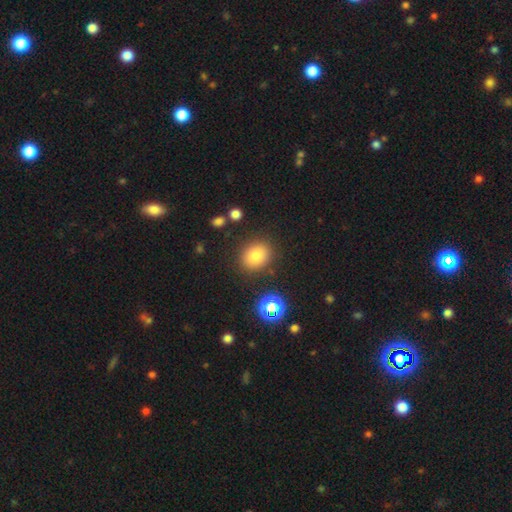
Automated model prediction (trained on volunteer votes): Overall: smooth (80%). How rounded: round (53%; in between 46%). Merging: none (84%).